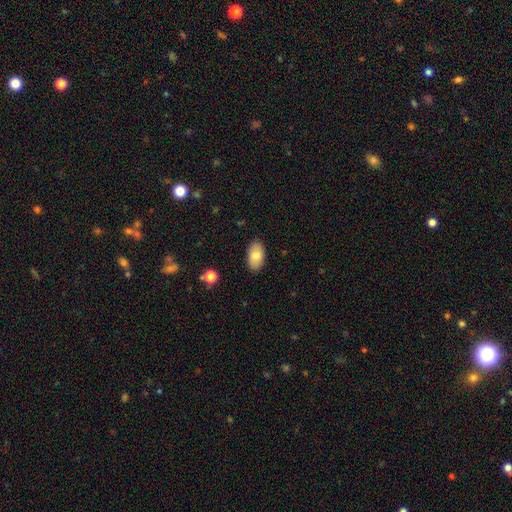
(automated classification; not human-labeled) smooth 81%, featured or disk 13%, star or artifact 7%. Down the decision tree: how rounded — in between (95%); merging — none (88%).